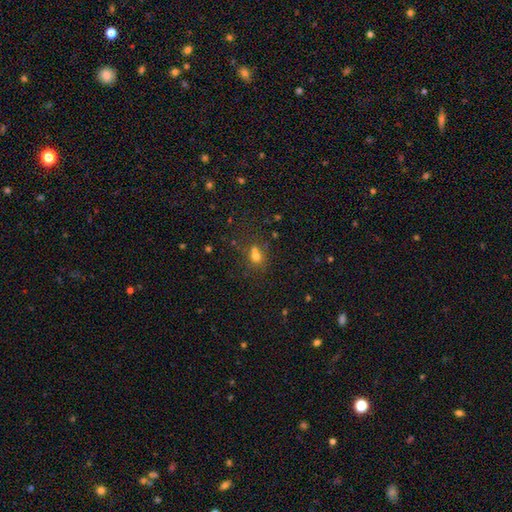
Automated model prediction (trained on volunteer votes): This appears to be a smooth galaxy with no disk features (65%) that is round (73%). Merging: none (45%).